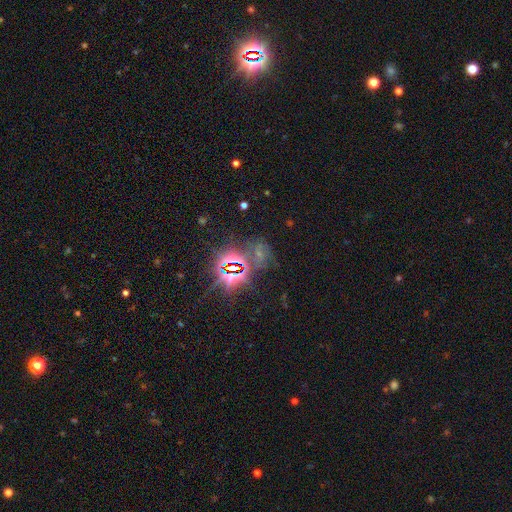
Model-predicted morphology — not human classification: Q: Smooth or featured?
A: star or artifact (75%); runner-up: smooth (13%)